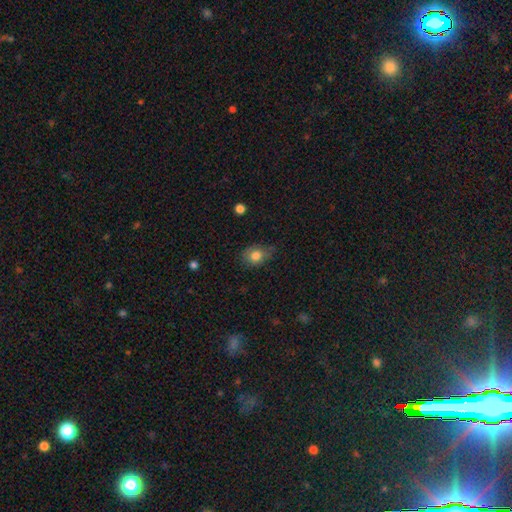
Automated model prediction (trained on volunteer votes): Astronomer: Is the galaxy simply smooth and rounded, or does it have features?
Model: smooth — 80%.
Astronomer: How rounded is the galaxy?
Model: in between — 60% (runner-up: round, 38%).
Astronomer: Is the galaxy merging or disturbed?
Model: none — 62%.